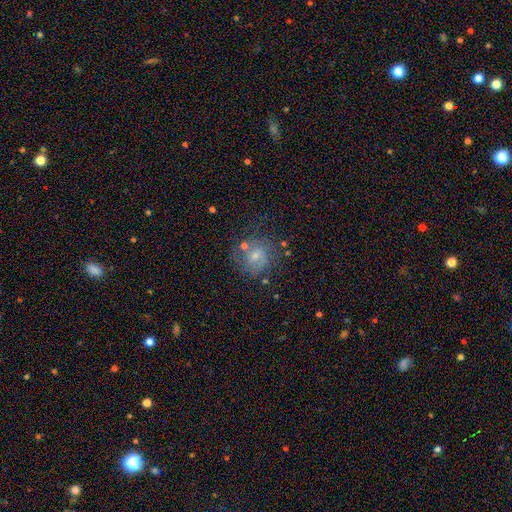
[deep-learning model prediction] This appears to be a featured or disk galaxy (48%). Merging: none (64%).